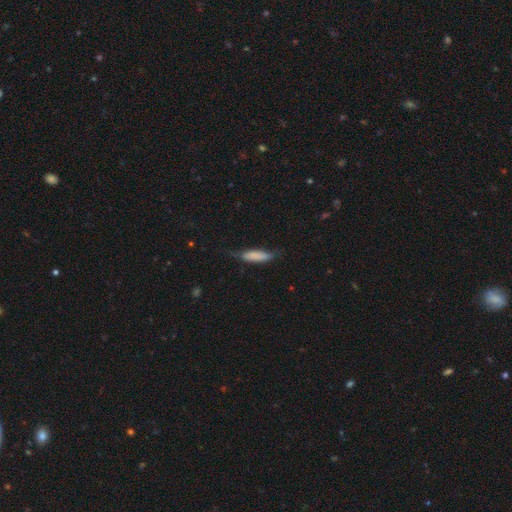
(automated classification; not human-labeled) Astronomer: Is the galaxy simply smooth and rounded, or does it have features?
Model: smooth — 76%.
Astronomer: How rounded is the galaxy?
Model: cigar-shaped — 67%.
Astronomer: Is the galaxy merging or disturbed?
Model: none — 55% (runner-up: minor disturbance, 32%).